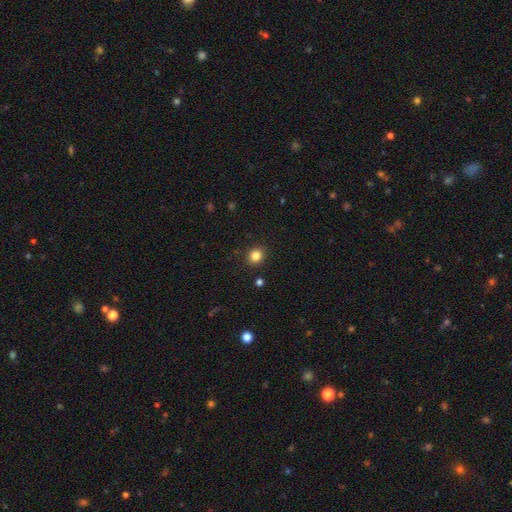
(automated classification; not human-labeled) A smooth galaxy with no disk features (83%) that is round (76%). Merging: none (90%).